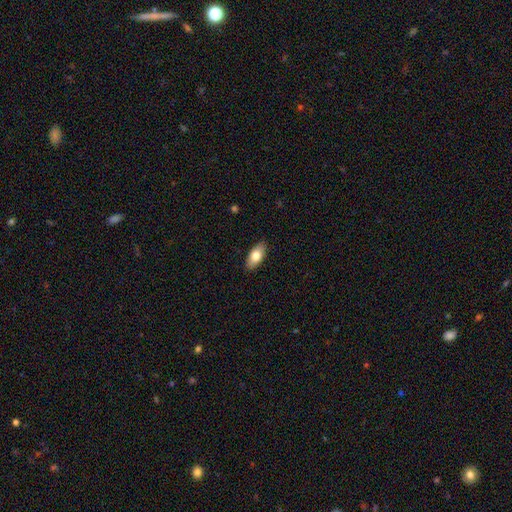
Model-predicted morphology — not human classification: smooth_or_featured: smooth (p=0.78) [alt: featured or disk p=0.16]
how_rounded: in between (p=0.90) [alt: cigar-shaped p=0.07]
merging: none (p=0.88) [alt: minor disturbance p=0.09]